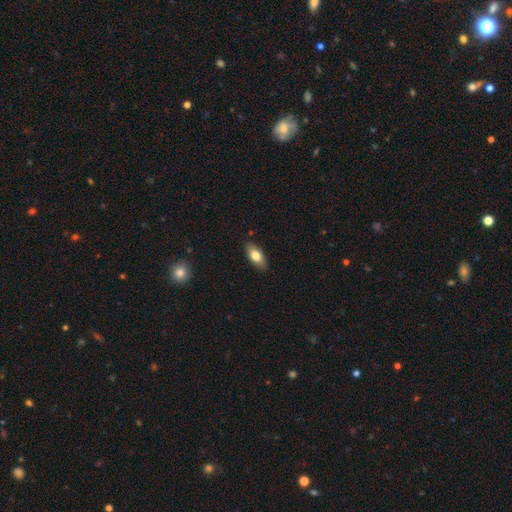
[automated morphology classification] Smooth or featured? Predicted: smooth (p=0.77). How rounded? Predicted: in between (p=0.87). Merging? Predicted: none (p=0.87).